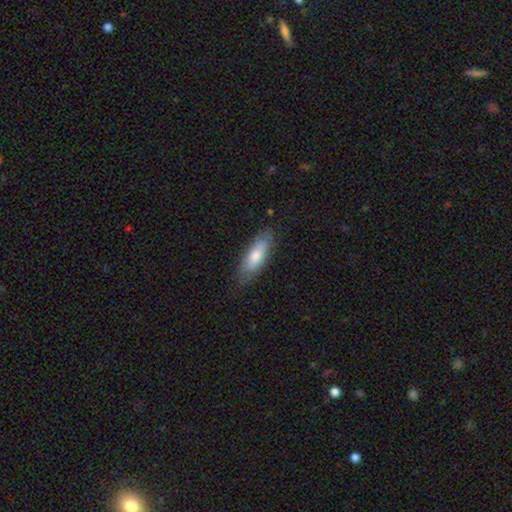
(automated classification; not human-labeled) This is likely a smooth galaxy (71%). How rounded: possibly in between (57%). Merging: clearly none (80%).